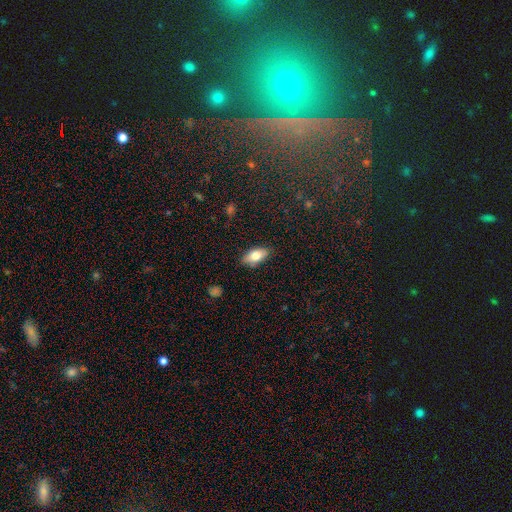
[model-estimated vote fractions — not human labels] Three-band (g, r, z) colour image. It shows a smooth galaxy with no disk features (76%) that is in between round and cigar-shaped (87%). Merging: none (84%).